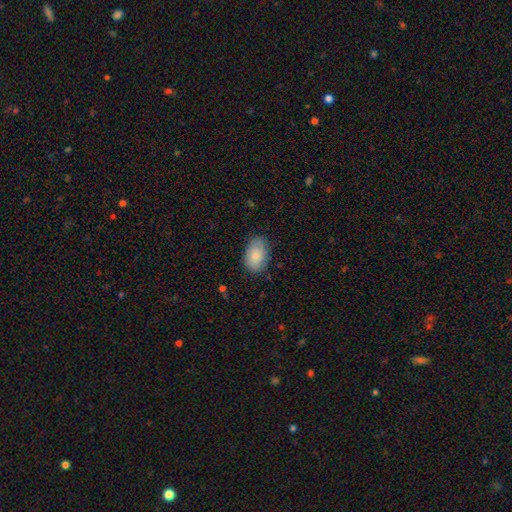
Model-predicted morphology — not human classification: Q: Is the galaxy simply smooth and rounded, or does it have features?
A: smooth — 83%.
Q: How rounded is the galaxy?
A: in between — 90%.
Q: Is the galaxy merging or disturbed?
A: none — 78%.